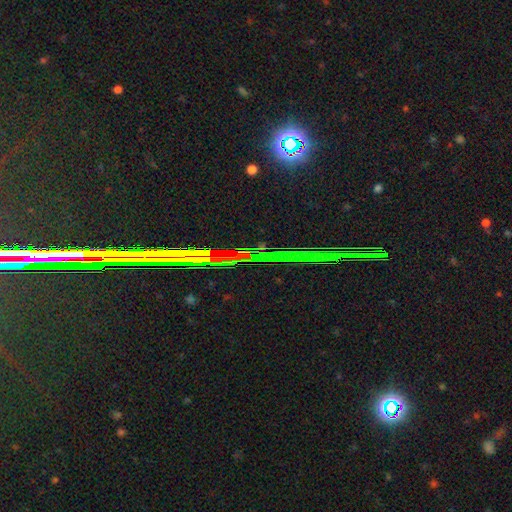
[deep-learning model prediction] Smooth or featured?
  - star or artifact: 73% *
  - featured or disk: 16%
  - smooth: 11%